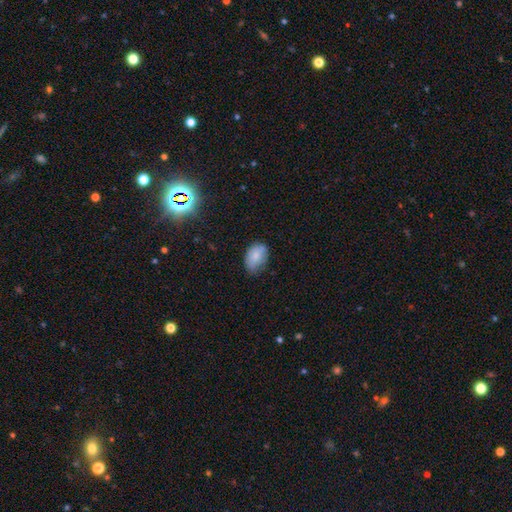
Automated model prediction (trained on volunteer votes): Overall: smooth (79%). How rounded: in between (84%). Merging: none (61%; minor disturbance 30%).